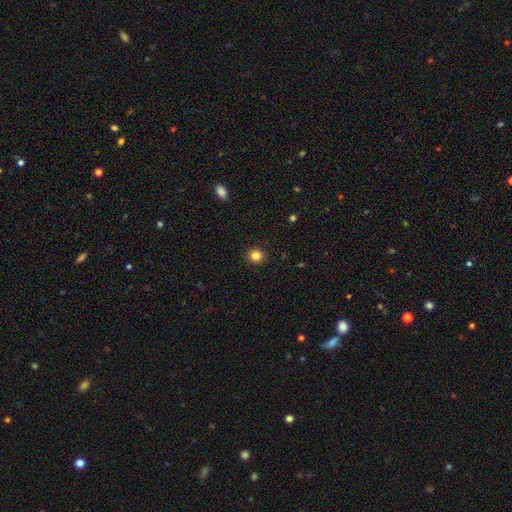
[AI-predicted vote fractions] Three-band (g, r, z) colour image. It shows a smooth galaxy with no disk features (83%) that is round (86%). Merging: none (92%).